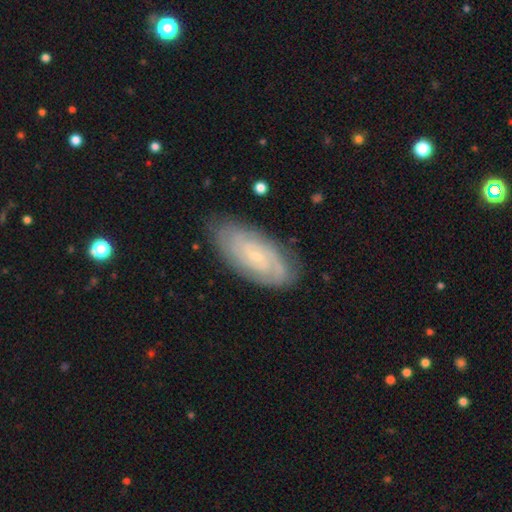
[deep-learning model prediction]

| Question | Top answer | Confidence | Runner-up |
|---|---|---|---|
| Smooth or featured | featured or disk | 77% | smooth (17%) |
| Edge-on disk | no | 94% | yes (6%) |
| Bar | no | 65% | weak (30%) |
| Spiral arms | yes | 94% | no (6%) |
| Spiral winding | tight | 70% | medium (24%) |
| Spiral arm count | can't tell | 38% | 2 (35%) |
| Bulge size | small | 82% | moderate (13%) |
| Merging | none | 79% | minor disturbance (16%) |